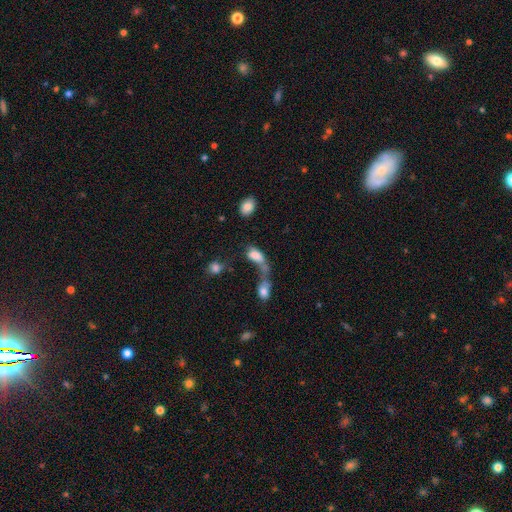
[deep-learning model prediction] Morphology: type=smooth (74%); roundness=in between (87%); merging=merger (61%).